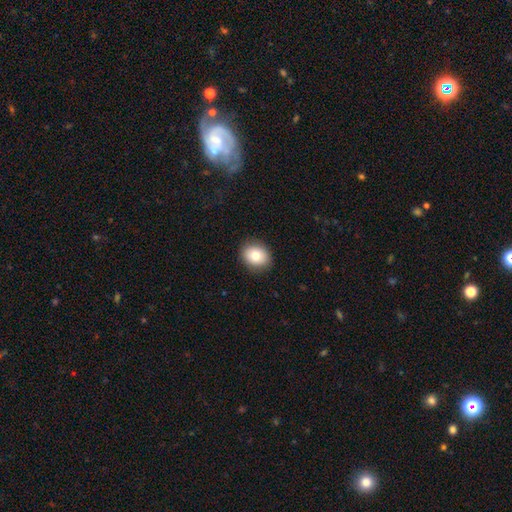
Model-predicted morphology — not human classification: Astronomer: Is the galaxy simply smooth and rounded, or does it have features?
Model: smooth — 78%.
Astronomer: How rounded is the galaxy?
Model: round — 61% (runner-up: in between, 39%).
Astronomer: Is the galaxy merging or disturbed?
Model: none — 88%.